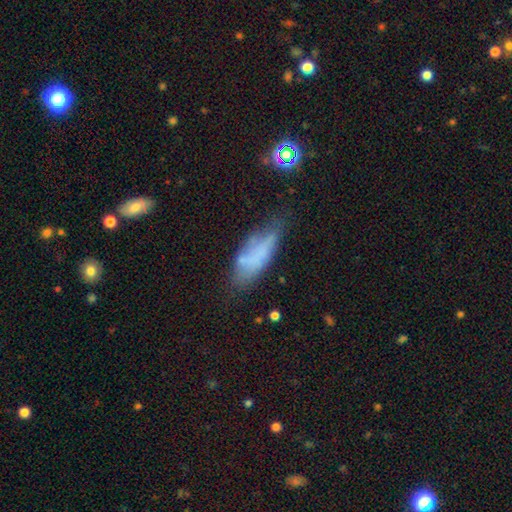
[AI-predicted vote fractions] The model was most divided on "merging": none: 45%, minor disturbance: 32%, major disturbance: 17%, merger: 7%. More confident: how rounded — in between (63%); smooth or featured — smooth (56%).